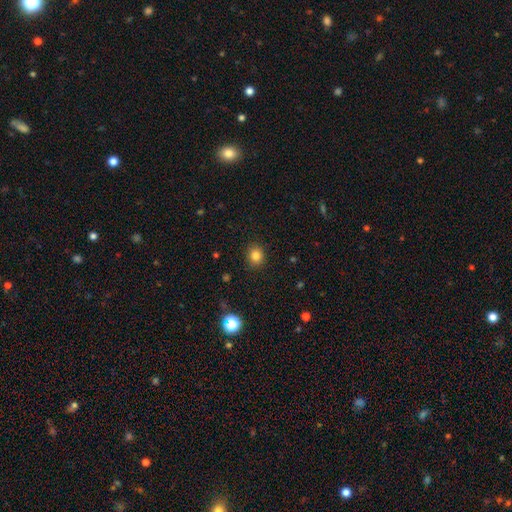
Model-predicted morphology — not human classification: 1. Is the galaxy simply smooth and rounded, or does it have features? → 82% smooth, 13% star or artifact, 5% featured or disk.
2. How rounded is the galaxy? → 79% round, 21% in between, 1% cigar-shaped.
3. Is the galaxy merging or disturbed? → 89% none, 8% minor disturbance, 2% major disturbance, 1% merger.